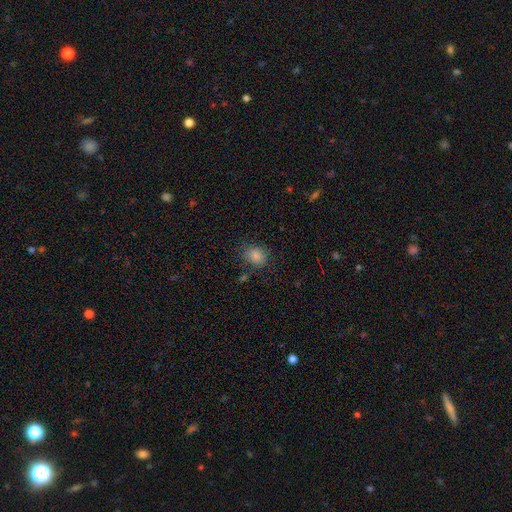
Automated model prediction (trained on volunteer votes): This is clearly a smooth galaxy (83%). How rounded: possibly round (57%). Merging: likely none (77%).